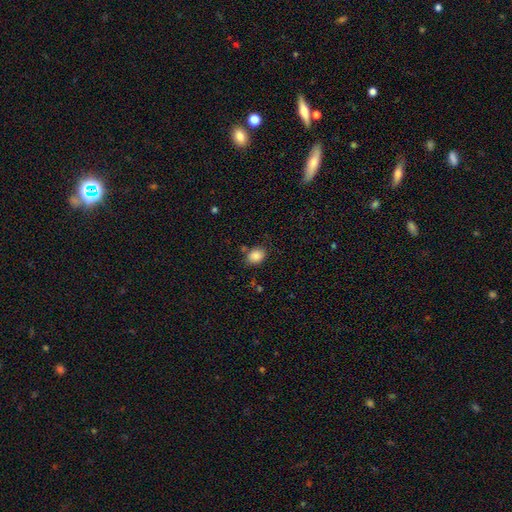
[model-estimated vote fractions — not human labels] A smooth galaxy with no disk features (86%) that is in between round and cigar-shaped (59%).

Vote fractions:
- Smooth or featured? smooth: 86% / star or artifact: 9% / featured or disk: 5%
- How rounded? in between: 59% / round: 40% / cigar-shaped: 1%
- Merging? none: 78% / minor disturbance: 13% / merger: 5% / major disturbance: 3%